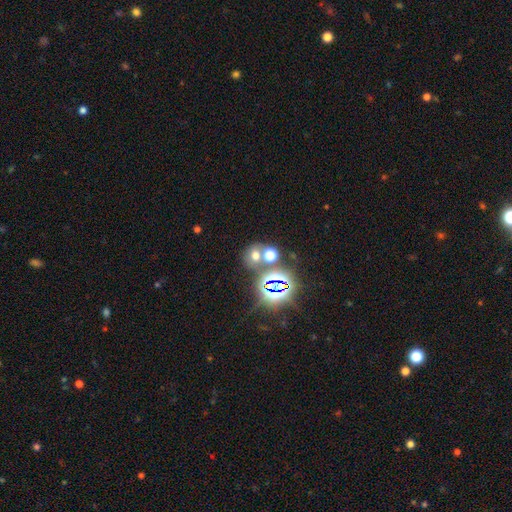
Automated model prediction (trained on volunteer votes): Morphology: type=smooth (52%); roundness=round (63%); merging=none (57%).